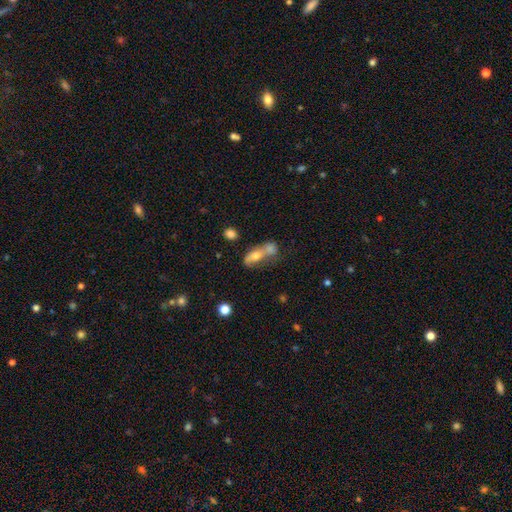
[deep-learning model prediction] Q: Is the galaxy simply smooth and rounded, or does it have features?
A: smooth — 59%.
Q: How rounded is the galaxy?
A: in between — 67%.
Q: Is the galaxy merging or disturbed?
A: merger — 53%.